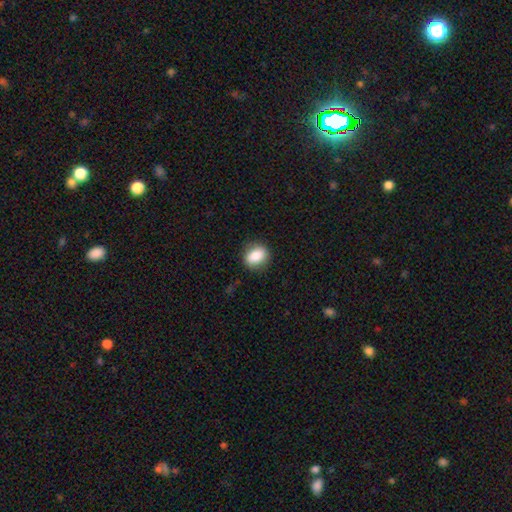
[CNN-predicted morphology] This appears to be a smooth galaxy with no disk features (85%) that is in between round and cigar-shaped (57%). Merging: none (84%).